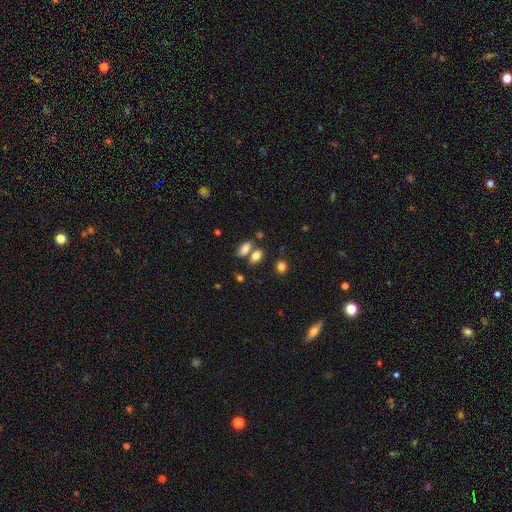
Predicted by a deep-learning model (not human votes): Smooth or featured? smooth (81%)
How rounded? in between (82%)
Merging? none (56%)